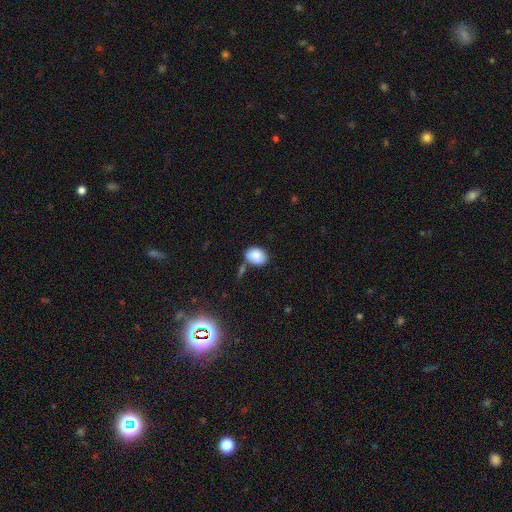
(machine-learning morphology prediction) Q: Smooth or featured?
A: smooth (86%); runner-up: star or artifact (8%)
Q: How rounded?
A: in between (72%); runner-up: round (27%)
Q: Merging?
A: none (60%); runner-up: minor disturbance (20%)